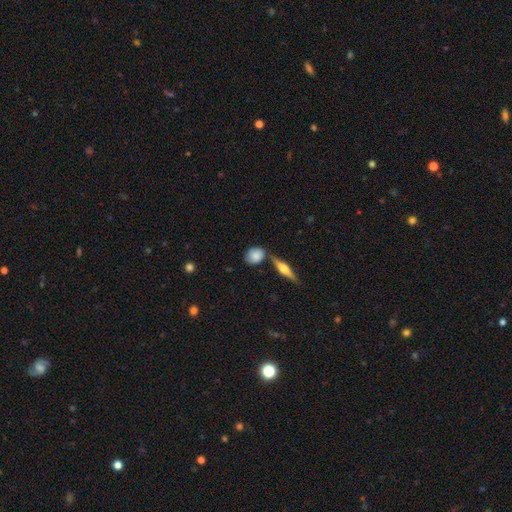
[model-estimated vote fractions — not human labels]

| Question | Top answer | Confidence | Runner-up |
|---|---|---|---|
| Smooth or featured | smooth | 73% | featured or disk (19%) |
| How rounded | round | 52% | in between (43%) |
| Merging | none | 65% | minor disturbance (20%) |